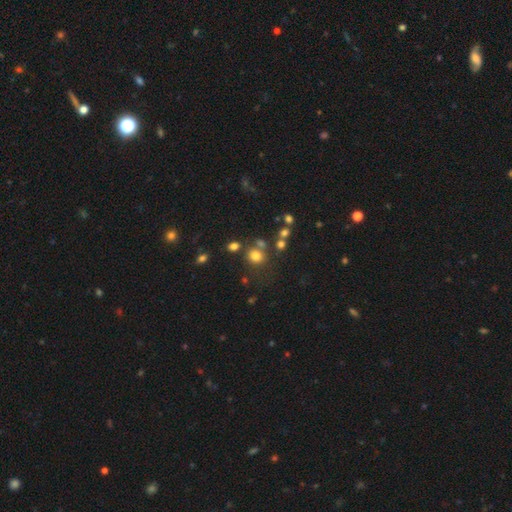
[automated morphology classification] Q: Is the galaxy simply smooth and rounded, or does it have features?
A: smooth — 75%.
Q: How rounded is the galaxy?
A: round — 80%.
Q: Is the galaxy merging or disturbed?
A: none — 67%.